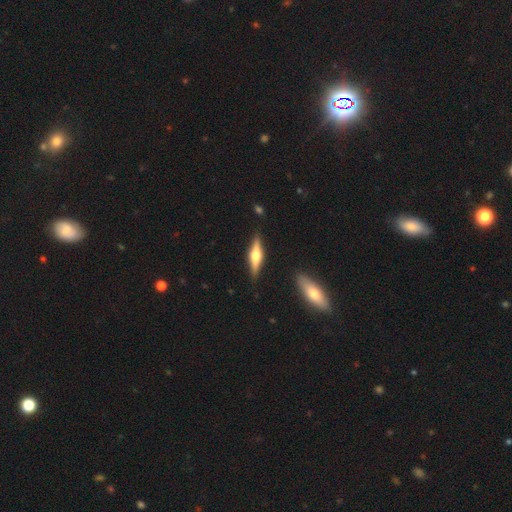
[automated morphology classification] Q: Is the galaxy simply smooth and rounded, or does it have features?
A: featured or disk — 64%.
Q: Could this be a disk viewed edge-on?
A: yes — 96%.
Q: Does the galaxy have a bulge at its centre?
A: rounded — 92%.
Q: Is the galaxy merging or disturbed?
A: none — 88%.